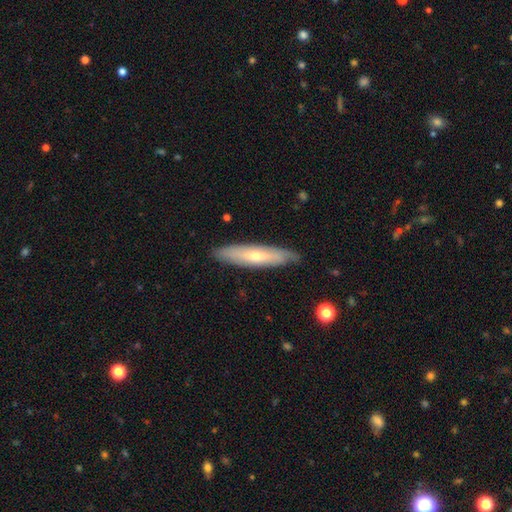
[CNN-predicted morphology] This is possibly a smooth galaxy (48%). Merging: clearly none (84%).